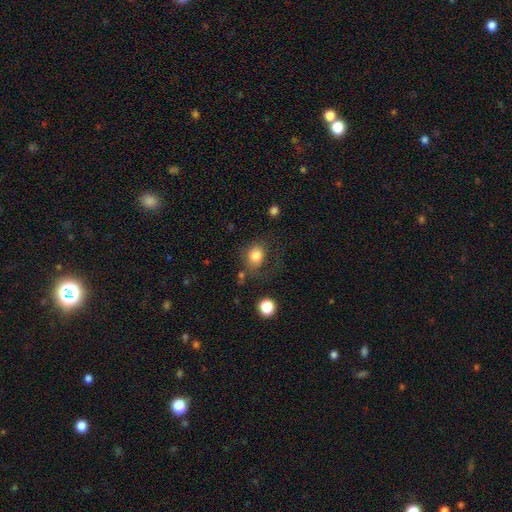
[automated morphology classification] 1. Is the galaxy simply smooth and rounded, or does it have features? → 81% smooth, 10% star or artifact, 9% featured or disk.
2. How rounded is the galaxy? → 58% round, 41% in between, 1% cigar-shaped.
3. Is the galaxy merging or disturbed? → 60% none, 20% minor disturbance, 15% major disturbance, 5% merger.